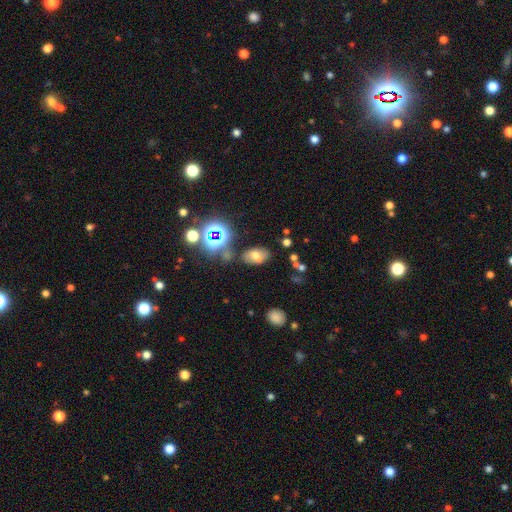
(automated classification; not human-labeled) Overall: smooth (57%; featured or disk 22%). How rounded: in between (88%). Merging: none (74%).